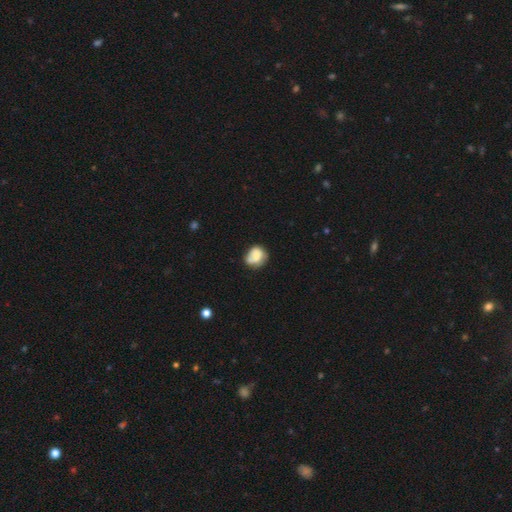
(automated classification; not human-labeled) Smooth or featured? smooth (64%)
How rounded? round (67%)
Merging? none (48%)